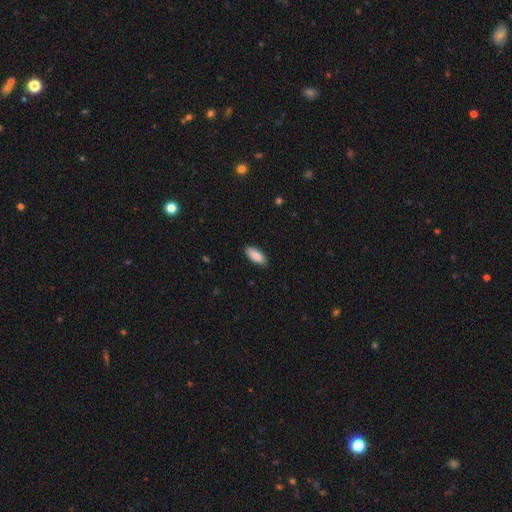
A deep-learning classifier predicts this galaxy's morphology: This is clearly a smooth galaxy (89%). How rounded: clearly in between (86%). Merging: clearly none (88%).